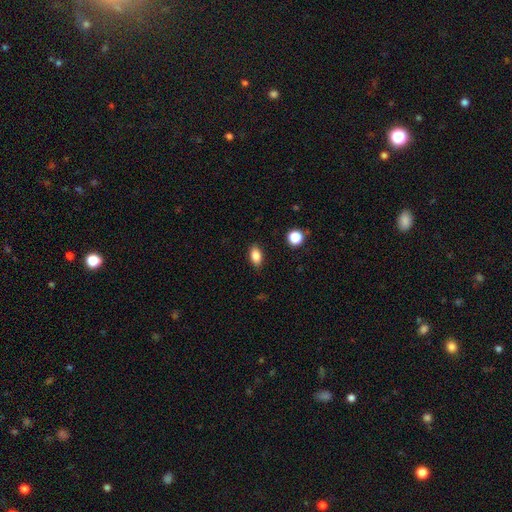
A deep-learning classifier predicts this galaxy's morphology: smooth-or-featured: smooth: 85% | star or artifact: 9% | featured or disk: 6%
  how-rounded: in between: 87% | round: 10% | cigar-shaped: 3%
  merging: none: 88% | minor disturbance: 9% | major disturbance: 2% | merger: 1%